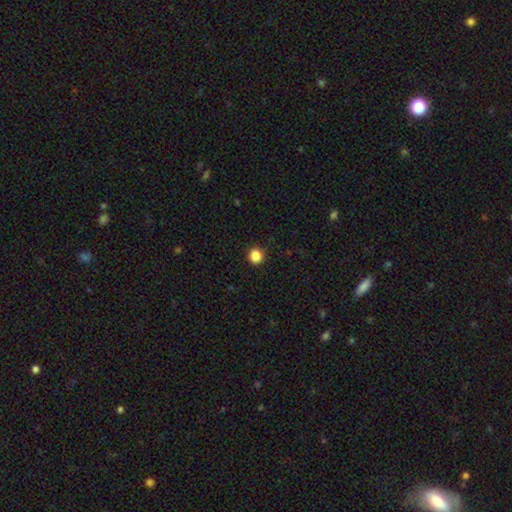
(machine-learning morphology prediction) The model was most divided on "smooth or featured": smooth: 87%, star or artifact: 11%, featured or disk: 3%. More confident: merging — none (92%); how rounded — round (90%).